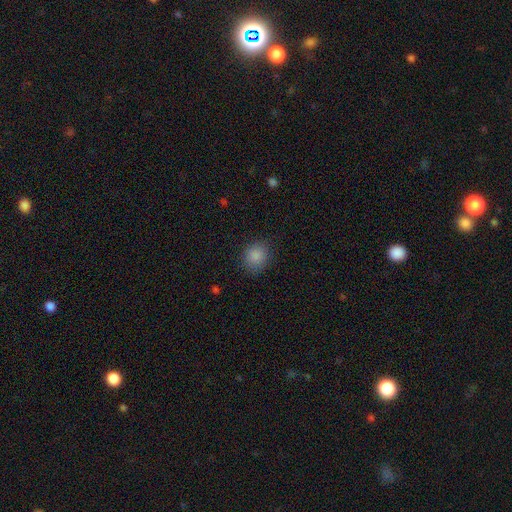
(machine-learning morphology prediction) Overall: smooth (87%). How rounded: round (77%). Merging: none (84%).